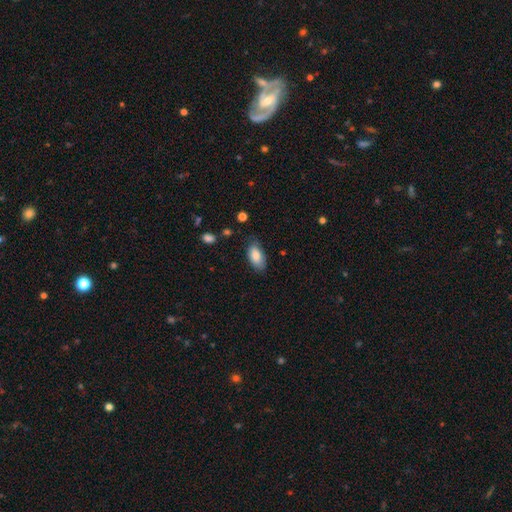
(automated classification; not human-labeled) The model was most divided on "merging": none: 74%, minor disturbance: 20%, major disturbance: 4%, merger: 1%. More confident: how rounded — in between (93%); smooth or featured — smooth (85%).